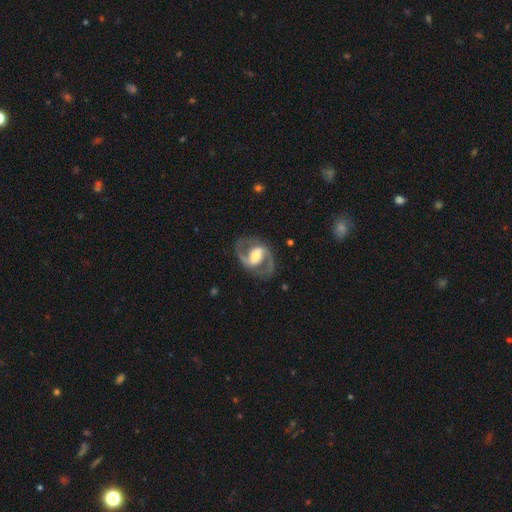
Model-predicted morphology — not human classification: This is clearly a featured or disk galaxy (89%). It is clearly not viewed edge-on (97%). Bar: marginally weak (41%). Spiral arm pattern: clearly yes (95%). Spiral arm count: clearly 2 (93%). Spiral winding: likely medium (62%). Central bulge: possibly moderate (57%). Merging: clearly none (82%).